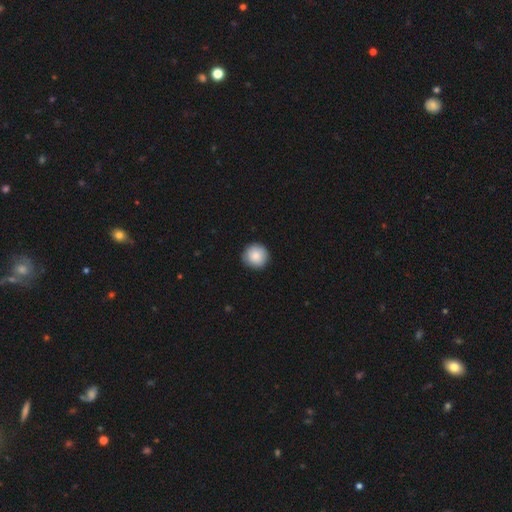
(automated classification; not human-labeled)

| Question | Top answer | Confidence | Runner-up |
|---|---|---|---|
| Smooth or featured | smooth | 87% | star or artifact (7%) |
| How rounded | round | 95% | in between (4%) |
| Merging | none | 91% | minor disturbance (7%) |